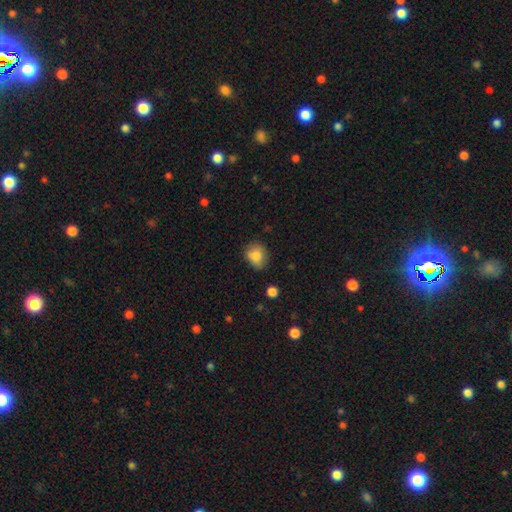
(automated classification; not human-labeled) Q: Smooth or featured?
A: smooth (82%); runner-up: featured or disk (10%)
Q: How rounded?
A: round (55%); runner-up: in between (44%)
Q: Merging?
A: none (68%); runner-up: minor disturbance (24%)